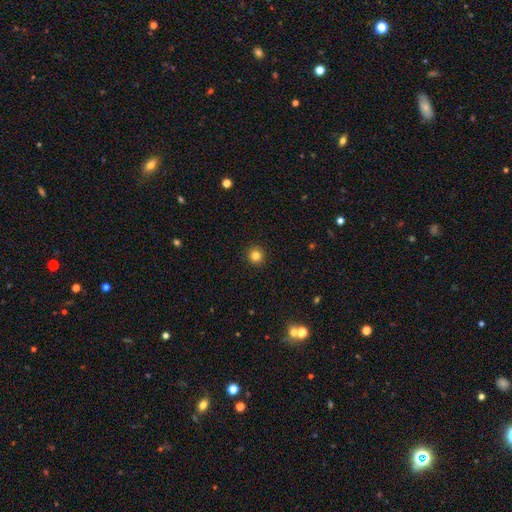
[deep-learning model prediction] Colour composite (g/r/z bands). It shows a smooth galaxy with no disk features (83%) that is round (95%). Merging: none (93%).